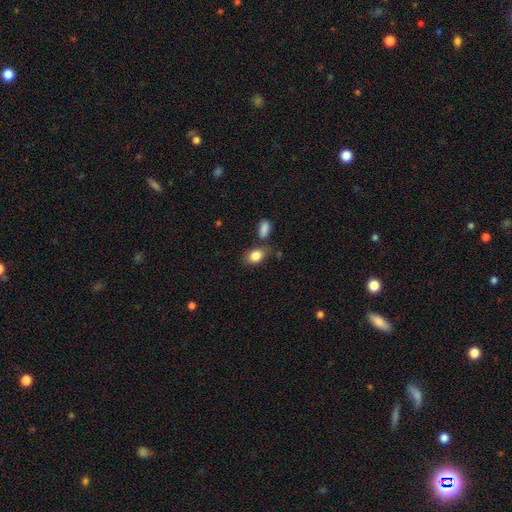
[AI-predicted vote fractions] Smooth or featured: smooth — 85% (star or artifact — 8%)
How rounded: in between — 78% (round — 21%)
Merging: none — 61% (minor disturbance — 19%)